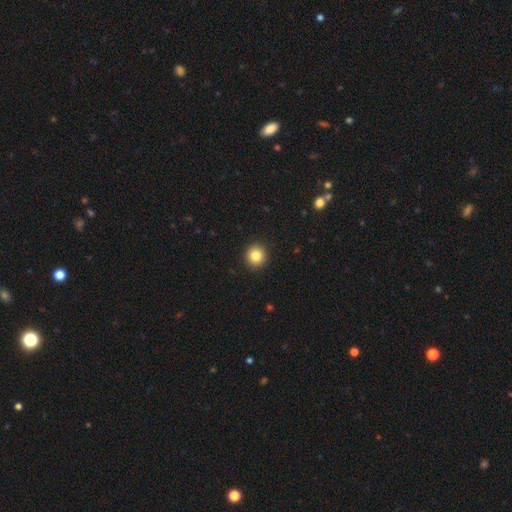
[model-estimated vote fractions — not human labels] Smooth or featured? smooth (83%)
How rounded? round (94%)
Merging? none (94%)